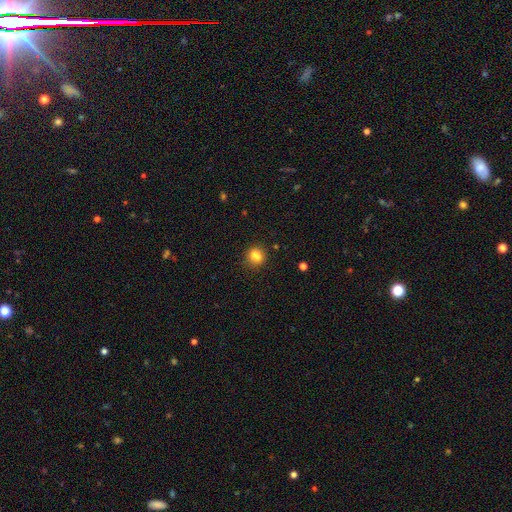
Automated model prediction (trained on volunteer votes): Smooth or featured? smooth (77%)
How rounded? round (67%)
Merging? none (59%)